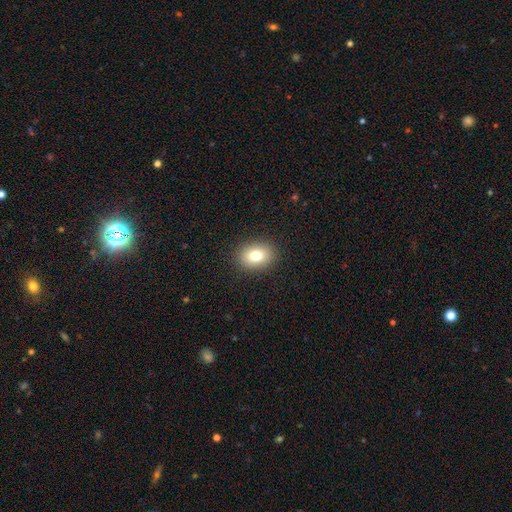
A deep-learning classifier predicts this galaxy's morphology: smooth-or-featured: smooth: 79% | featured or disk: 11% | star or artifact: 10%
  how-rounded: in between: 67% | round: 32% | cigar-shaped: 1%
  merging: none: 89% | minor disturbance: 7% | major disturbance: 2% | merger: 1%